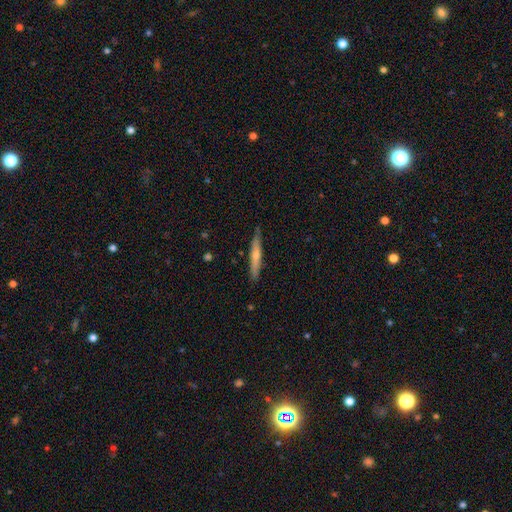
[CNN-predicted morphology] smooth-or-featured: smooth: 52% | featured or disk: 42% | star or artifact: 6%
  how-rounded: cigar-shaped: 94% | in between: 5% | round: 1%
  merging: none: 85% | minor disturbance: 12% | major disturbance: 2% | merger: 1%